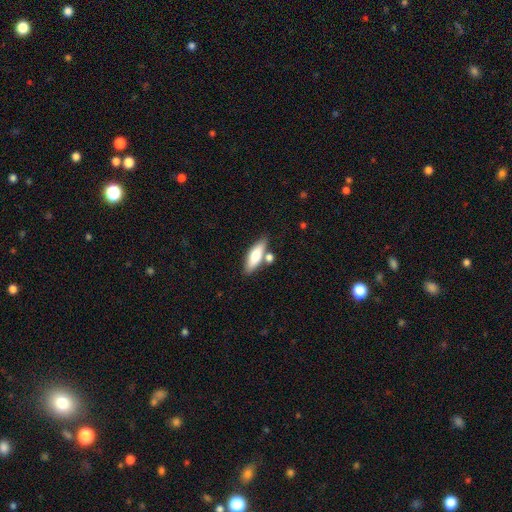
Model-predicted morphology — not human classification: type=smooth (72%); roundness=in between (57%); merging=none (67%).